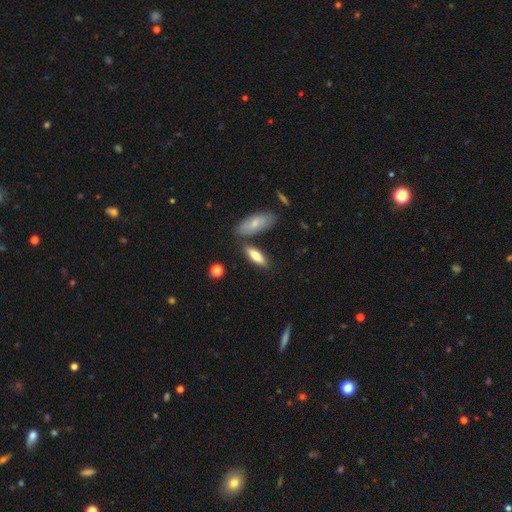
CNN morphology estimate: smooth_or_featured: smooth (p=0.74) [alt: featured or disk p=0.19]
how_rounded: in between (p=0.53) [alt: cigar-shaped p=0.44]
merging: none (p=0.74) [alt: minor disturbance p=0.13]